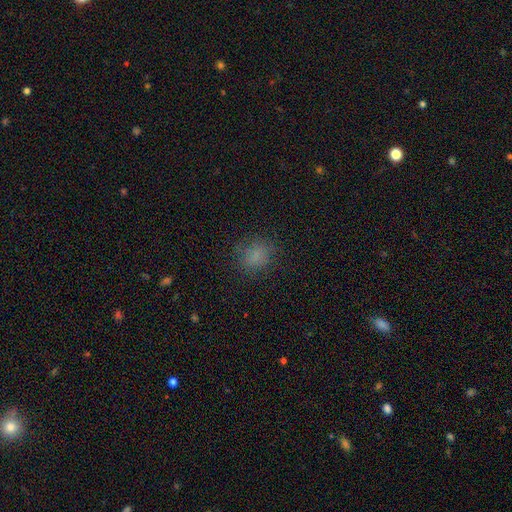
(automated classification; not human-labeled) This is likely a smooth galaxy (78%). How rounded: likely round (65%). Merging: likely none (79%).